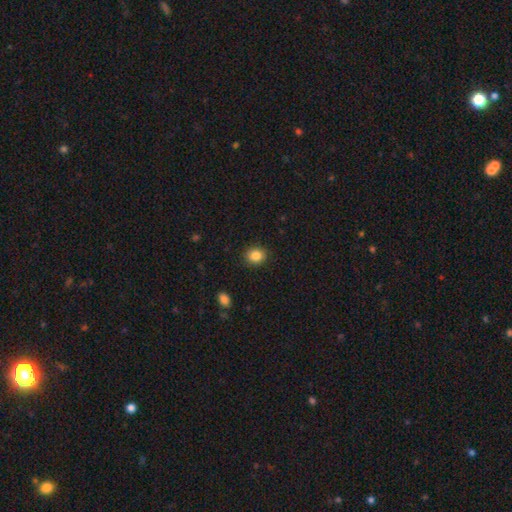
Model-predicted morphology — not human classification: smooth-or-featured: smooth: 85% | star or artifact: 10% | featured or disk: 5%
  how-rounded: round: 71% | in between: 28% | cigar-shaped: 1%
  merging: none: 90% | minor disturbance: 7% | major disturbance: 2% | merger: 1%